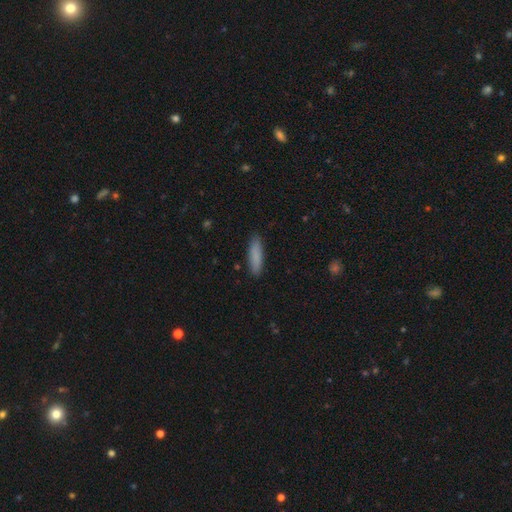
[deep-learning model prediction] Smooth or featured? Predicted: smooth (p=0.86). How rounded? Predicted: cigar-shaped (p=0.73). Merging? Predicted: none (p=0.89).